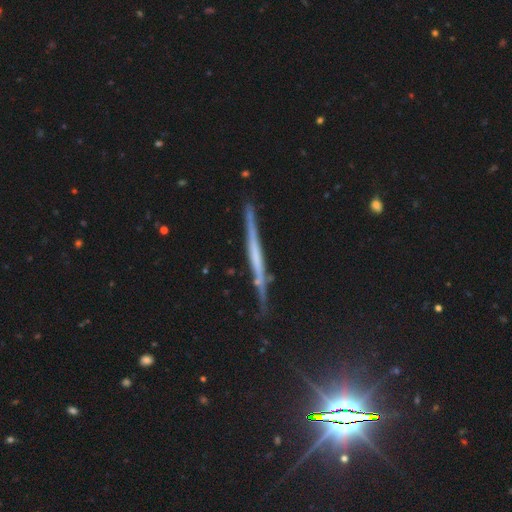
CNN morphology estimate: featured or disk 66%, smooth 25%, star or artifact 9%. Down the decision tree: edge-on disk — yes (96%); edge-on bulge — none (74%); merging — none (80%).